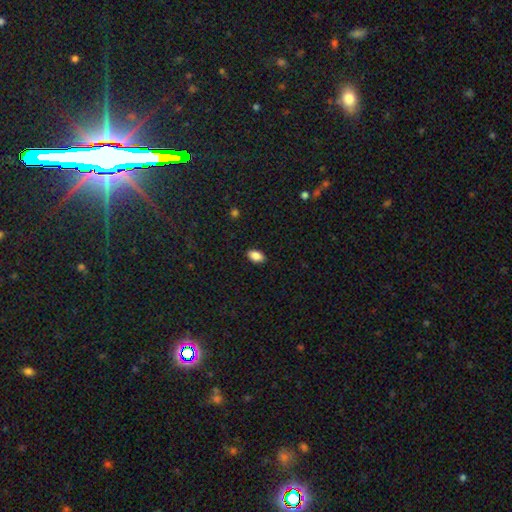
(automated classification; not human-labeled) This appears to be a smooth galaxy with no disk features (88%) that is in between round and cigar-shaped (91%). Merging: none (89%).